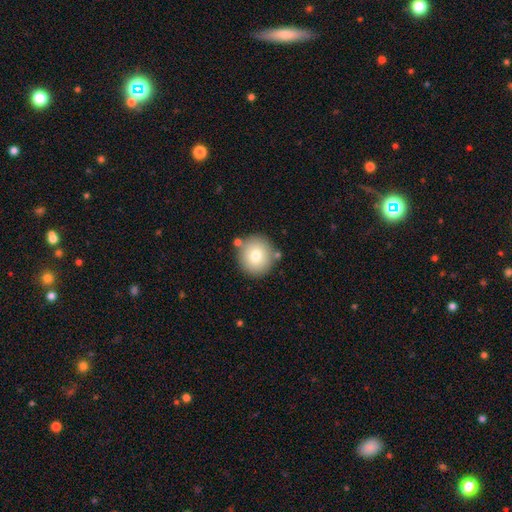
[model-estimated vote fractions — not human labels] smooth_or_featured: smooth (p=0.76) [alt: featured or disk p=0.14]
how_rounded: round (p=0.93) [alt: in between p=0.06]
merging: none (p=0.81) [alt: minor disturbance p=0.09]